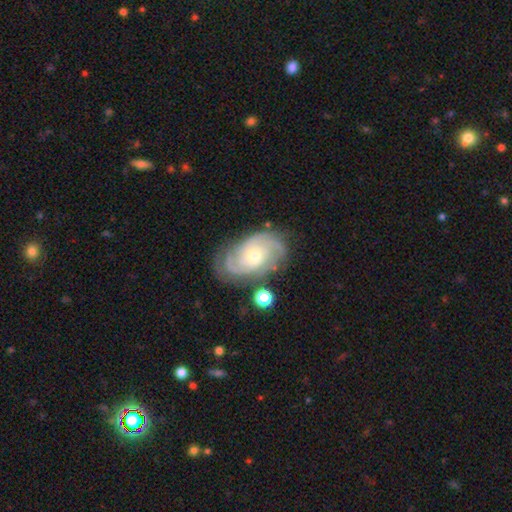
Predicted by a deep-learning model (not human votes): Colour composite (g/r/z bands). It shows a featured or disk galaxy (87%) with no bar (67%), 2 (33%) tight (62%) spiral arms (97%) and a moderate central bulge (56%). Merging: none (72%).